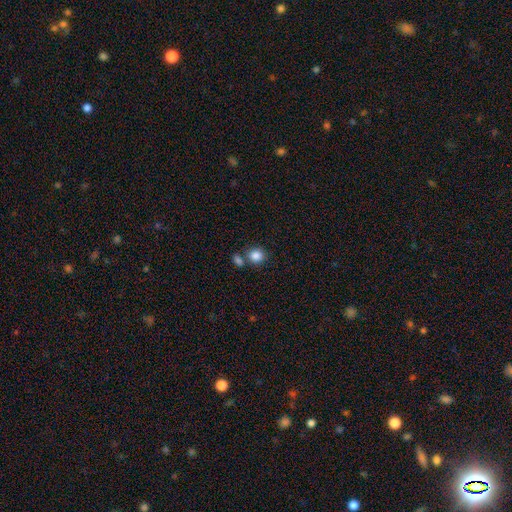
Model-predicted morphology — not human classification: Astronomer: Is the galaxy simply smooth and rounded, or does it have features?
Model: smooth — 85%.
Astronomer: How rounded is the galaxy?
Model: round — 83%.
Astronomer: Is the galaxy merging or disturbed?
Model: none — 64%.